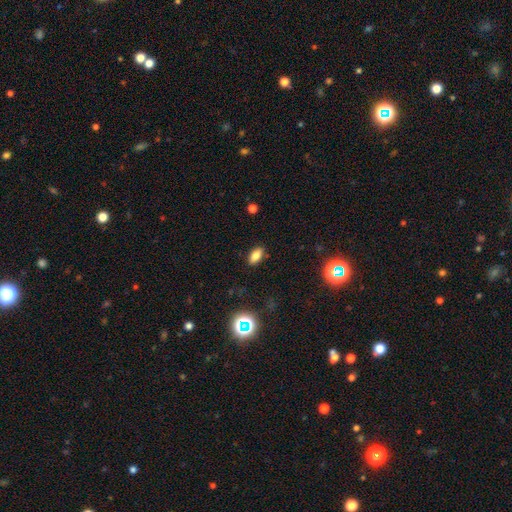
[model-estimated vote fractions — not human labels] This is likely a smooth galaxy (77%). How rounded: clearly in between (86%). Merging: clearly none (87%).